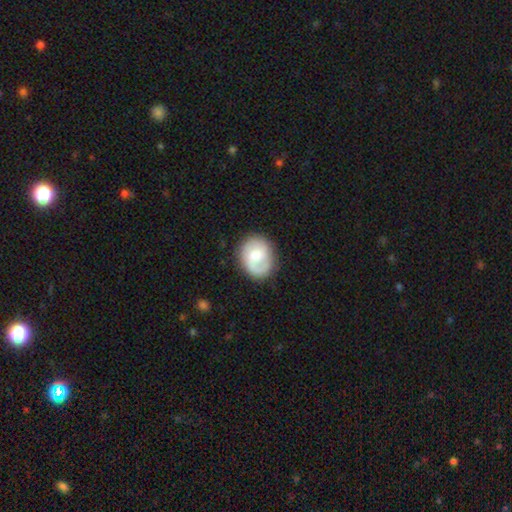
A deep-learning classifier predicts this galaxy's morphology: The model was most divided on "smooth or featured": featured or disk: 48%, smooth: 46%, star or artifact: 6%. More confident: merging — none (75%).